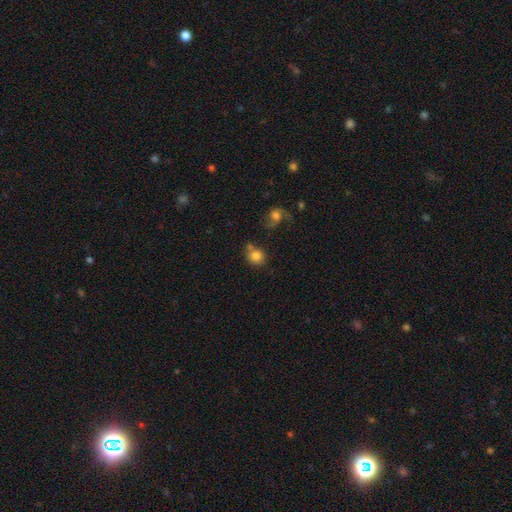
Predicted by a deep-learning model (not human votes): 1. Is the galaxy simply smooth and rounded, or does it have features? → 82% smooth, 9% star or artifact, 8% featured or disk.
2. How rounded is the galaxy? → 84% round, 15% in between, 1% cigar-shaped.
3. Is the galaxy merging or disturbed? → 61% none, 19% merger, 14% minor disturbance, 6% major disturbance.